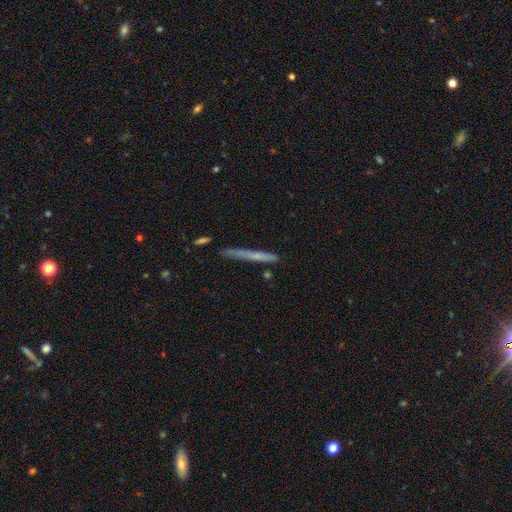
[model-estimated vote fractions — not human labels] This appears to be a smooth galaxy with no disk features (52%) that is cigar-shaped (96%). Merging: none (79%).